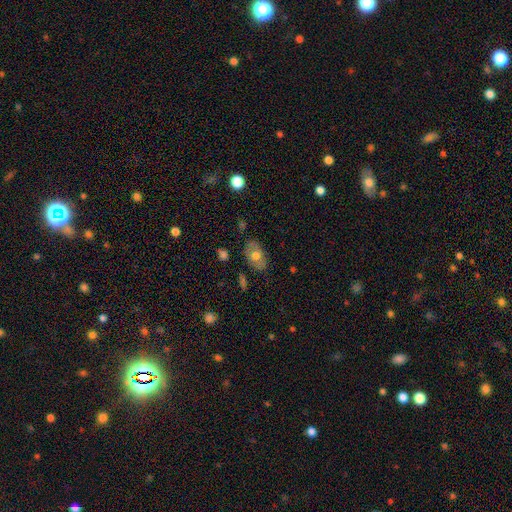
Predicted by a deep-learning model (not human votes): Morphology: type=smooth (58%); roundness=in between (86%); merging=none (78%).